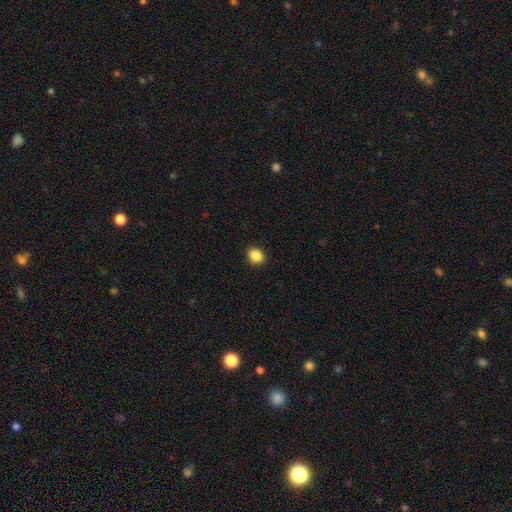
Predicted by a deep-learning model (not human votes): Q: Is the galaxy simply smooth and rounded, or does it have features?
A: smooth — 87%.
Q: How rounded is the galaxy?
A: round — 52%.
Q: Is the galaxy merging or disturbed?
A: none — 91%.